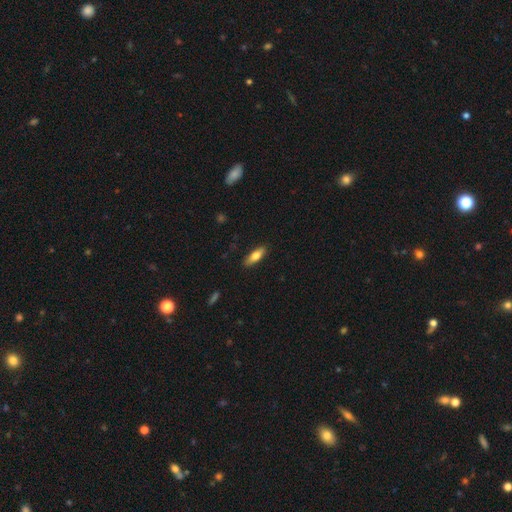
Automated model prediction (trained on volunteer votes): This is likely a smooth galaxy (74%). How rounded: likely in between (60%). Merging: clearly none (88%).